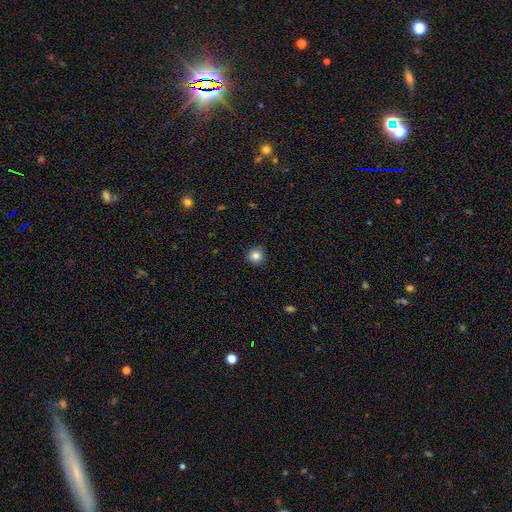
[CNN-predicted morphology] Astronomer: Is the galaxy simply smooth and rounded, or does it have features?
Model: smooth — 84%.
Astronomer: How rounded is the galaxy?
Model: round — 90%.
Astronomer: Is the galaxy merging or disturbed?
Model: none — 89%.